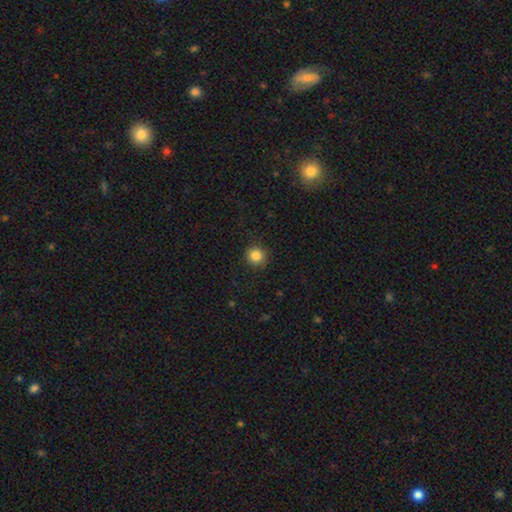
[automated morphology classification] This appears to be a smooth galaxy with no disk features (84%) that is round (93%). Merging: none (89%).